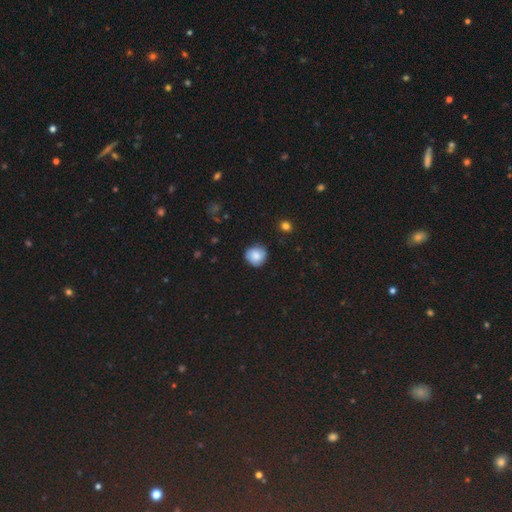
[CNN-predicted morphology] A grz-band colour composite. It shows a smooth galaxy with no disk features (80%) that is round (87%). Merging: none (79%).